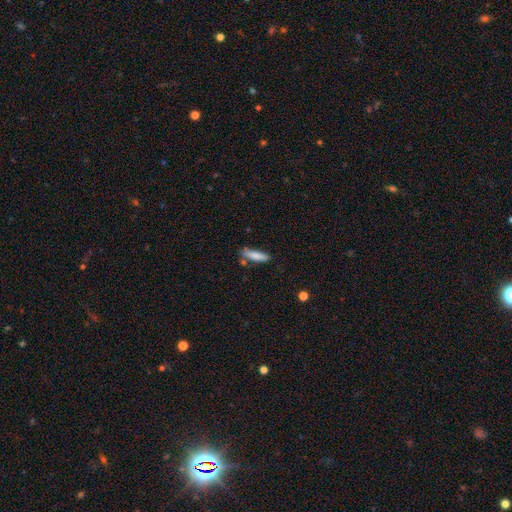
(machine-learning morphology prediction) Overall: smooth (79%). How rounded: cigar-shaped (73%). Merging: none (70%).